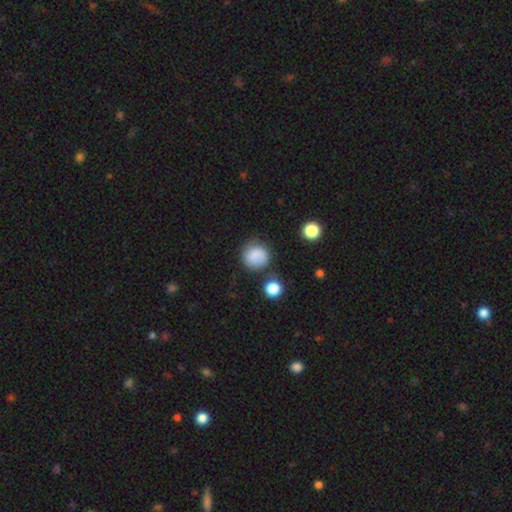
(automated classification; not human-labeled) This appears to be a smooth galaxy with no disk features (82%) that is round (88%). Merging: none (70%).